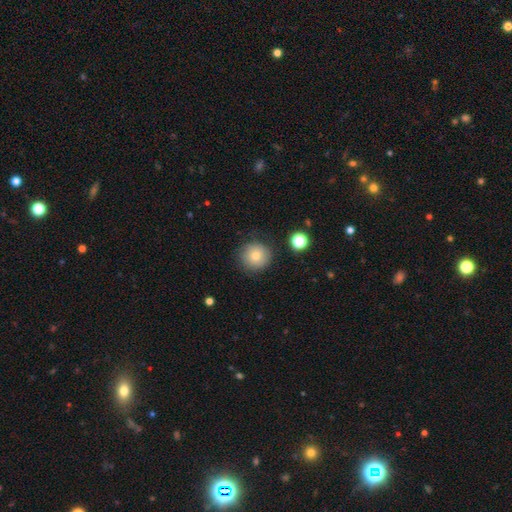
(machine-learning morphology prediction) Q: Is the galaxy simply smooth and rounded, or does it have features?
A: smooth — 71%.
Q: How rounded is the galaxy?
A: round — 94%.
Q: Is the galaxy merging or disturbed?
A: none — 81%.